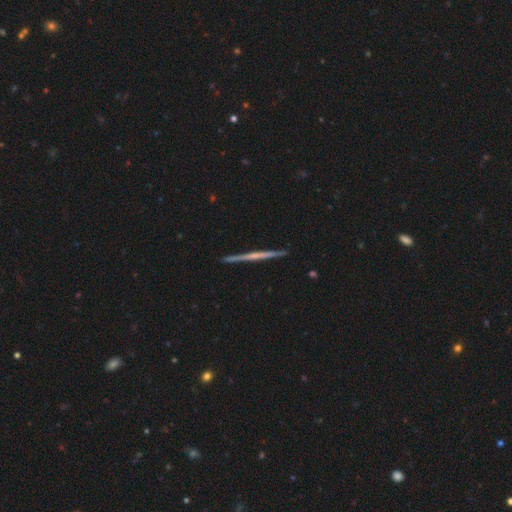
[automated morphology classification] A featured or disk galaxy (69%) viewed edge-on (98%) with no central bulge (74%).

Vote fractions:
- Smooth or featured? featured or disk: 69% / smooth: 25% / star or artifact: 5%
- Edge-on disk? yes: 98% / no: 2%
- Edge-on bulge? none: 74% / rounded: 19% / boxy: 7%
- Merging? none: 92% / minor disturbance: 5% / merger: 1% / major disturbance: 1%